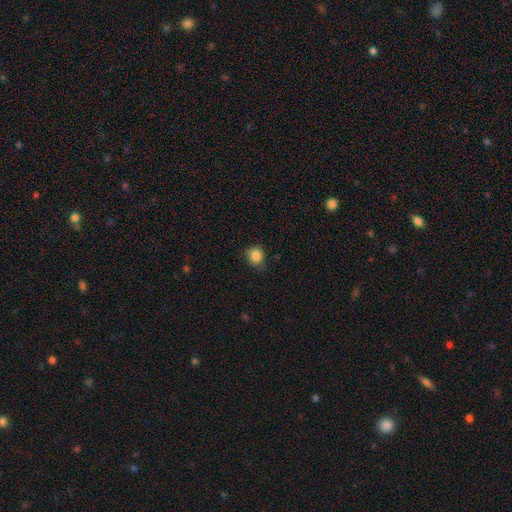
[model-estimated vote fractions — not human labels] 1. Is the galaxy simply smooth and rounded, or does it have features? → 86% smooth, 10% star or artifact, 4% featured or disk.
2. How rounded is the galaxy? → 75% round, 25% in between, 1% cigar-shaped.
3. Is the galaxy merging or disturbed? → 73% none, 22% minor disturbance, 4% major disturbance, 1% merger.